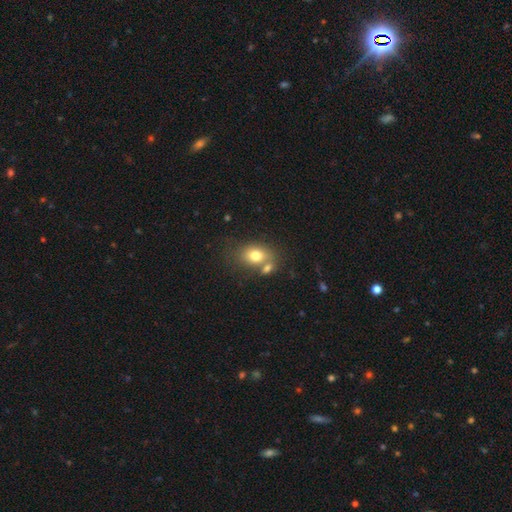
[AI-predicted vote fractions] Smooth or featured?
  - smooth: 76% *
  - featured or disk: 14%
  - star or artifact: 10%
How rounded?
  - in between: 66% *
  - round: 33%
  - cigar-shaped: 1%
Merging?
  - none: 46% *
  - merger: 34%
  - minor disturbance: 14%
  - major disturbance: 6%